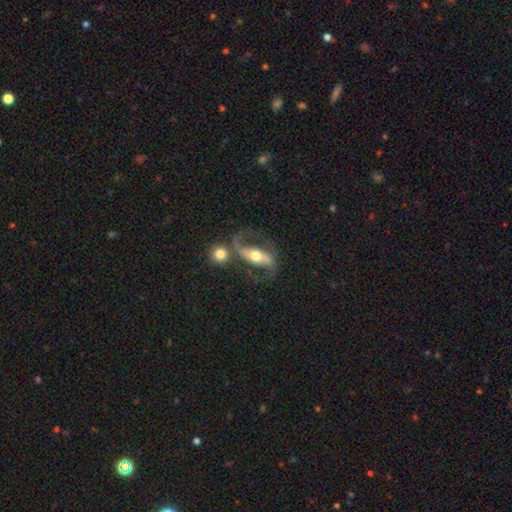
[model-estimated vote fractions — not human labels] A featured or disk galaxy (80%) with a strong bar (41%), 2 (90%) loose (55%) spiral arms (90%) and a moderate central bulge (71%).

Vote fractions:
- Smooth or featured? featured or disk: 80% / smooth: 14% / star or artifact: 5%
- Edge-on disk? no: 91% / yes: 9%
- Bar? strong: 41% / no: 31% / weak: 28%
- Spiral arms? yes: 90% / no: 10%
- Spiral winding? loose: 55% / medium: 35% / tight: 9%
- Spiral arm count? 2: 90% / 1: 4% / can't tell: 3% / 3: 1% / 4: 1% / more than 4: 1%
- Bulge size? moderate: 71% / large: 13% / small: 13% / dominant: 2% / none: 1%
- Merging? none: 52% / merger: 18% / minor disturbance: 15% / major disturbance: 15%